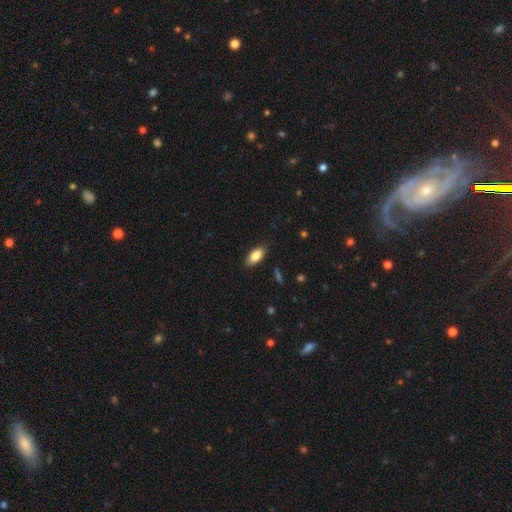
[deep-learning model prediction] smooth-or-featured: smooth: 83% | featured or disk: 10% | star or artifact: 7%
  how-rounded: in between: 89% | cigar-shaped: 8% | round: 3%
  merging: none: 84% | minor disturbance: 13% | major disturbance: 2% | merger: 1%